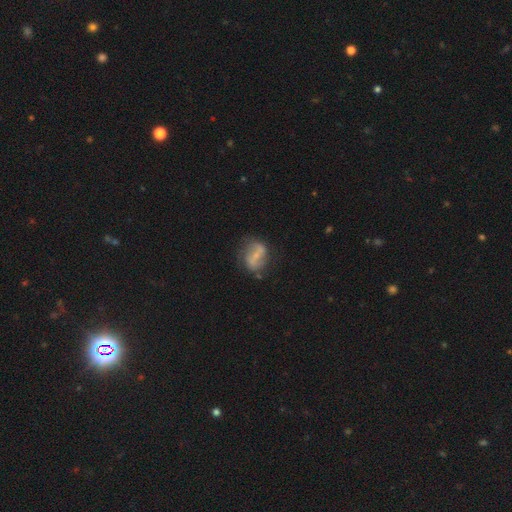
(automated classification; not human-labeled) featured or disk 65%, smooth 27%, star or artifact 8%. Down the decision tree: edge-on disk — no (96%); bar — weak (40%); spiral arms — yes (75%); bulge size — small (54%); merging — none (61%).